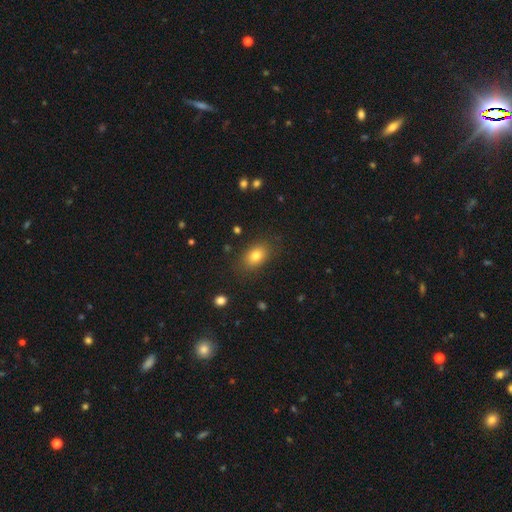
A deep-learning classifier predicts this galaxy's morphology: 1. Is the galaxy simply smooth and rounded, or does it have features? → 80% smooth, 11% star or artifact, 9% featured or disk.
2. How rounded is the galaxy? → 82% in between, 17% round, 2% cigar-shaped.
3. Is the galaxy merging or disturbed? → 85% none, 10% minor disturbance, 3% major disturbance, 1% merger.